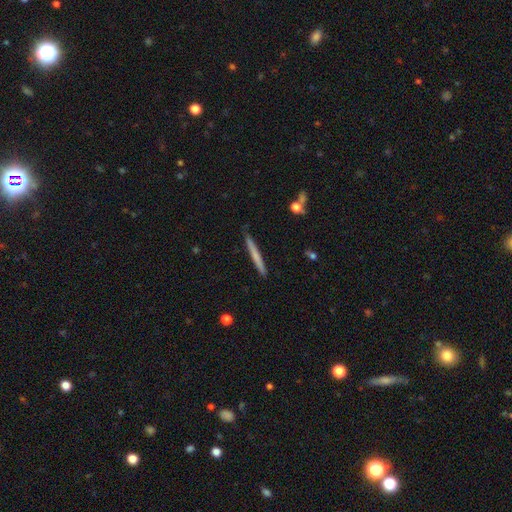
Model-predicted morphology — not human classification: Smooth or featured: smooth — 61% (featured or disk — 33%)
How rounded: cigar-shaped — 97% (in between — 2%)
Merging: none — 89% (minor disturbance — 8%)